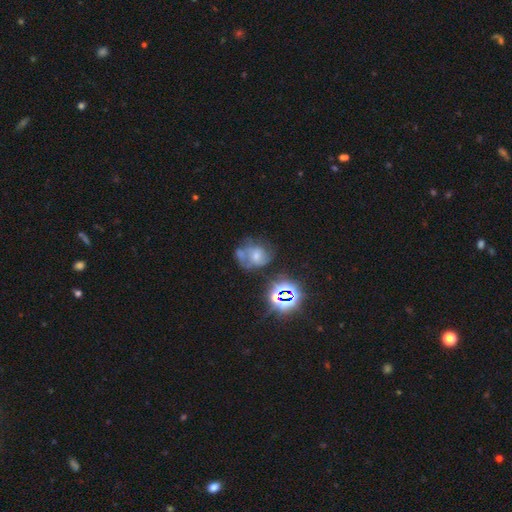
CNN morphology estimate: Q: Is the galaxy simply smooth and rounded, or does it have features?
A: featured or disk — 40%.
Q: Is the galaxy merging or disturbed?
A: none — 34%.